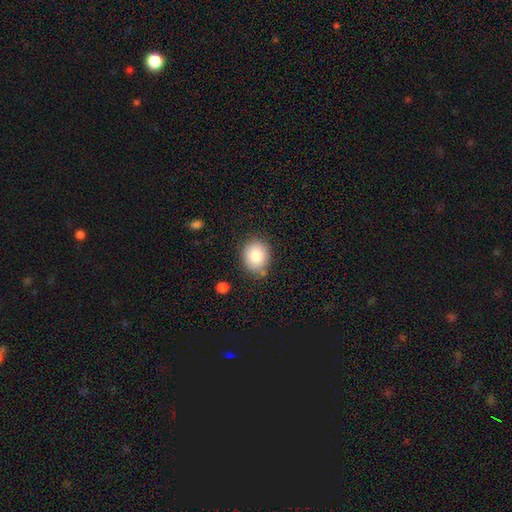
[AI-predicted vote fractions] Smooth or featured?
  - smooth: 82% *
  - featured or disk: 9%
  - star or artifact: 9%
How rounded?
  - round: 61% *
  - in between: 38%
  - cigar-shaped: 1%
Merging?
  - none: 79% *
  - minor disturbance: 14%
  - merger: 3%
  - major disturbance: 3%